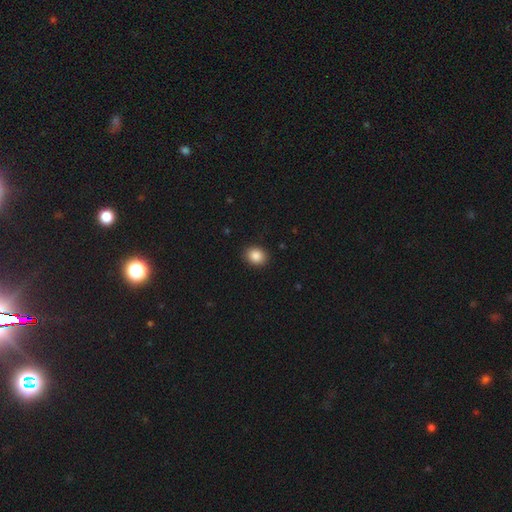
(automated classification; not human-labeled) This appears to be a smooth galaxy with no disk features (87%) that is round (54%). Merging: none (90%).